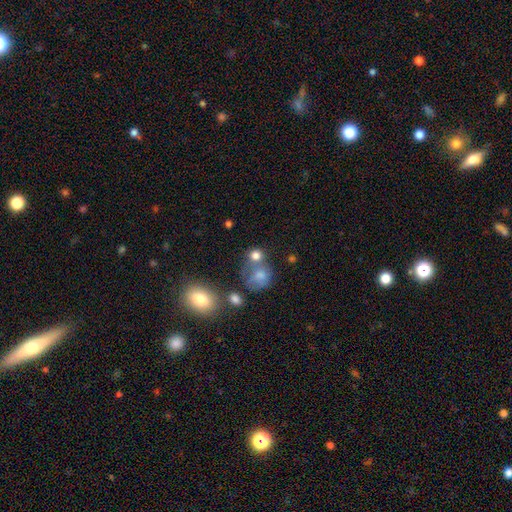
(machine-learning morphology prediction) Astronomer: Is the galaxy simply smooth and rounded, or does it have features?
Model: smooth — 76%.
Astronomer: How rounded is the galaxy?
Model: round — 74%.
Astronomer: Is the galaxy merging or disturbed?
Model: none — 47% (runner-up: merger, 31%).